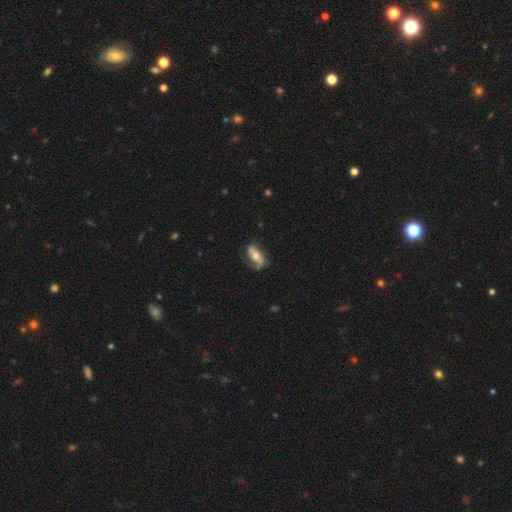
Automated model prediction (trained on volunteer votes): Smooth or featured: featured or disk — 58% (smooth — 36%)
Edge-on disk: no — 84% (yes — 16%)
Merging: none — 63% (minor disturbance — 24%)